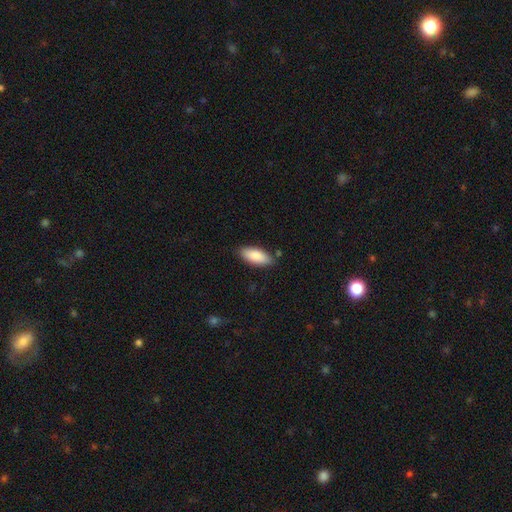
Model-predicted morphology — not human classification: Smooth or featured?
  - smooth: 87% *
  - featured or disk: 7%
  - star or artifact: 6%
How rounded?
  - in between: 83% *
  - cigar-shaped: 16%
  - round: 2%
Merging?
  - none: 82% *
  - minor disturbance: 13%
  - merger: 2%
  - major disturbance: 2%